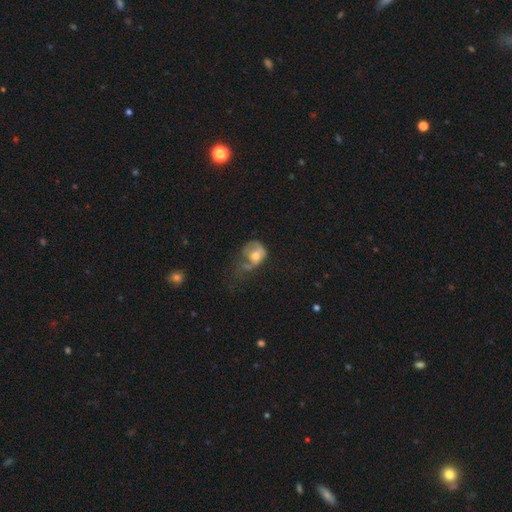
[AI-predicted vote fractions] smooth 52%, featured or disk 39%, star or artifact 9%. Down the decision tree: how rounded — in between (55%); merging — major disturbance (53%).